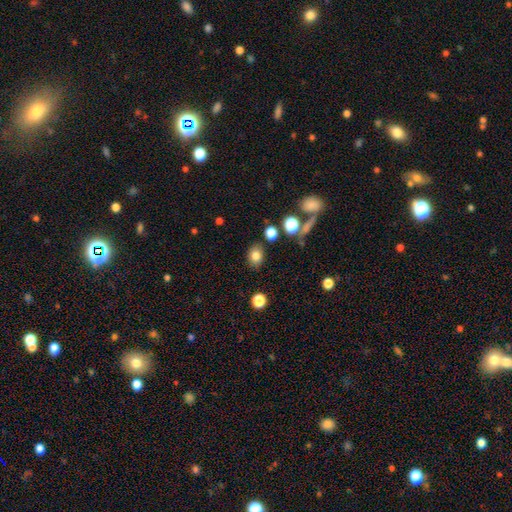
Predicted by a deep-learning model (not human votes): smooth_or_featured: smooth (p=0.80) [alt: star or artifact p=0.12]
how_rounded: in between (p=0.53) [alt: round p=0.46]
merging: none (p=0.82) [alt: minor disturbance p=0.10]